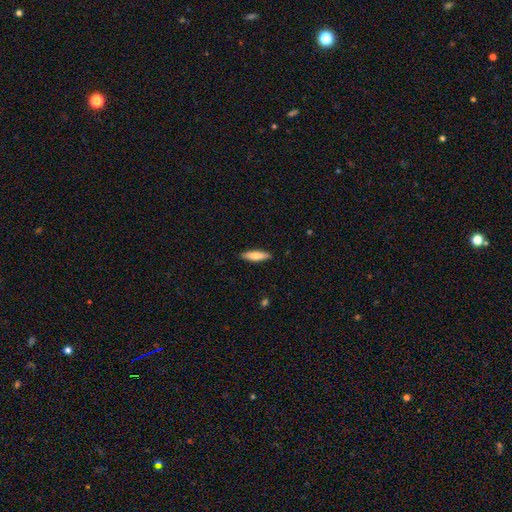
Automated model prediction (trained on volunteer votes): smooth_or_featured: smooth (p=0.72) [alt: featured or disk p=0.22]
how_rounded: cigar-shaped (p=0.69) [alt: in between p=0.30]
merging: none (p=0.90) [alt: minor disturbance p=0.08]